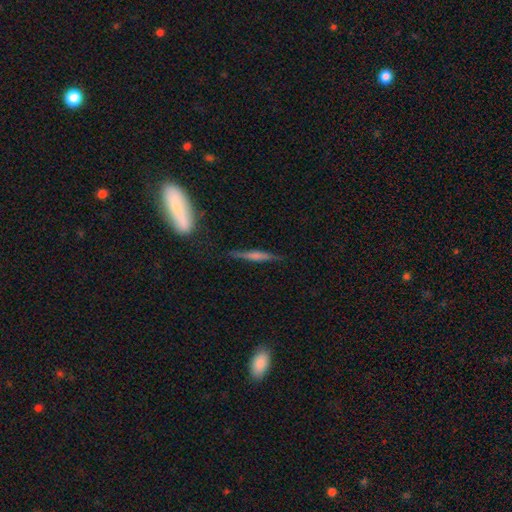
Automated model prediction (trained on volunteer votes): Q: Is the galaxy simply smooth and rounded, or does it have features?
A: featured or disk — 57%.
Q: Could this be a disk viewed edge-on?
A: yes — 95%.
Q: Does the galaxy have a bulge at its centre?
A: rounded — 46%.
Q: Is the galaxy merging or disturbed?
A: none — 80%.